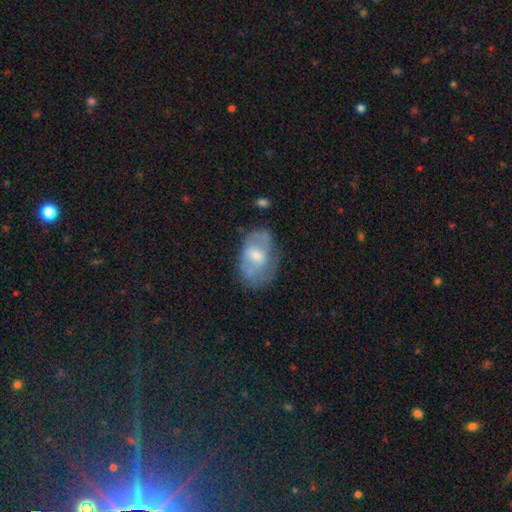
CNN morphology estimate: type=featured or disk (51%); edge-on=no (95%); merging=none (56%).